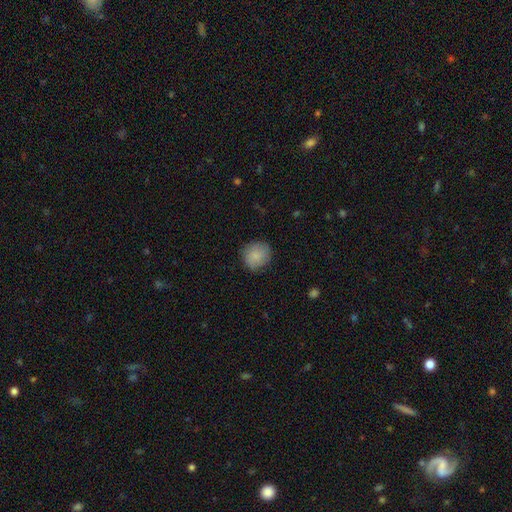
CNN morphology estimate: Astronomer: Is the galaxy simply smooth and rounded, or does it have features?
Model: smooth — 87%.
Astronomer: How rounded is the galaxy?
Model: round — 88%.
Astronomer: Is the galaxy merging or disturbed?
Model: none — 83%.